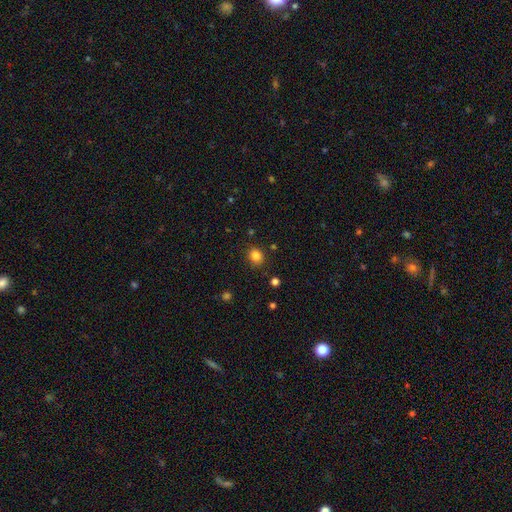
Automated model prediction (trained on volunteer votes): This is clearly a smooth galaxy (83%). How rounded: likely round (73%). Merging: clearly none (84%).